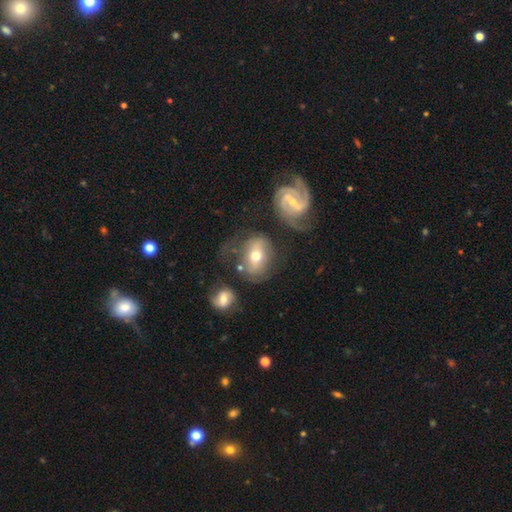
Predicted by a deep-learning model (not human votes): A featured or disk galaxy (49%).

Vote fractions:
- Smooth or featured? featured or disk: 49% / smooth: 42% / star or artifact: 8%
- Merging? none: 49% / minor disturbance: 20% / major disturbance: 17% / merger: 13%